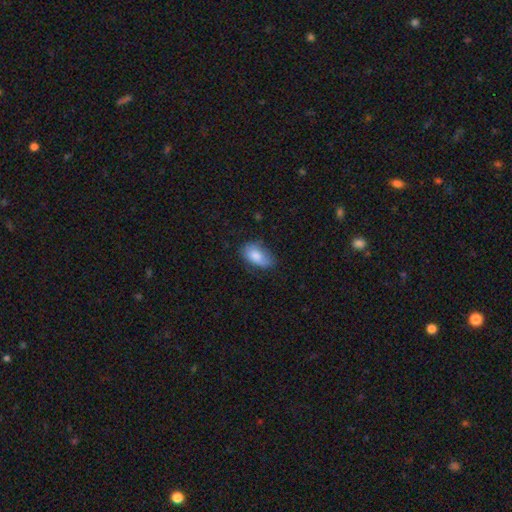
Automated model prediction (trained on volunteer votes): smooth 81%, featured or disk 12%, star or artifact 7%. Down the decision tree: how rounded — in between (92%); merging — none (62%).